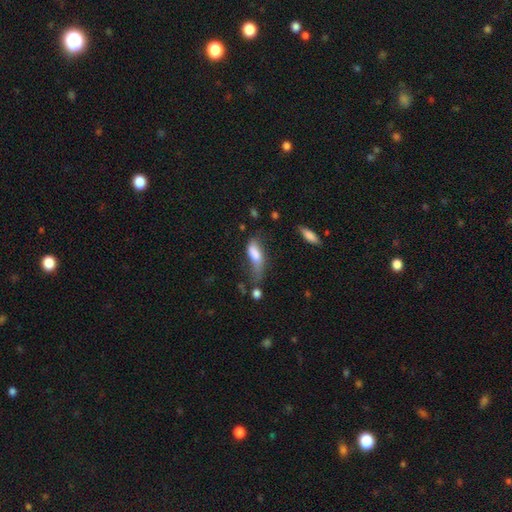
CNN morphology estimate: smooth_or_featured: smooth (p=0.70) [alt: featured or disk p=0.22]
how_rounded: in between (p=0.71) [alt: cigar-shaped p=0.26]
merging: major disturbance (p=0.39) [alt: minor disturbance p=0.30]